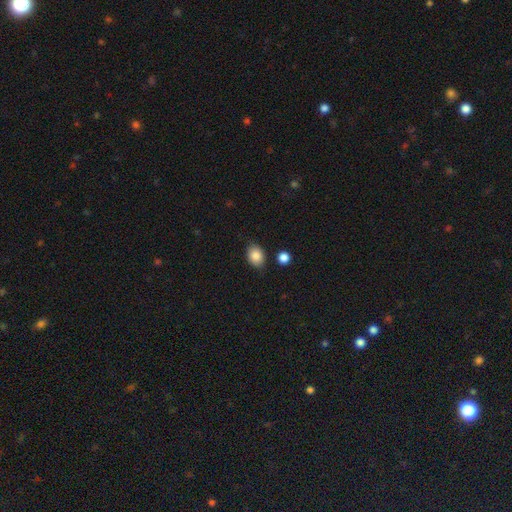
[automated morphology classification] smooth-or-featured: smooth: 86% | star or artifact: 8% | featured or disk: 6%
  how-rounded: in between: 66% | round: 33% | cigar-shaped: 1%
  merging: none: 81% | minor disturbance: 13% | merger: 4% | major disturbance: 3%